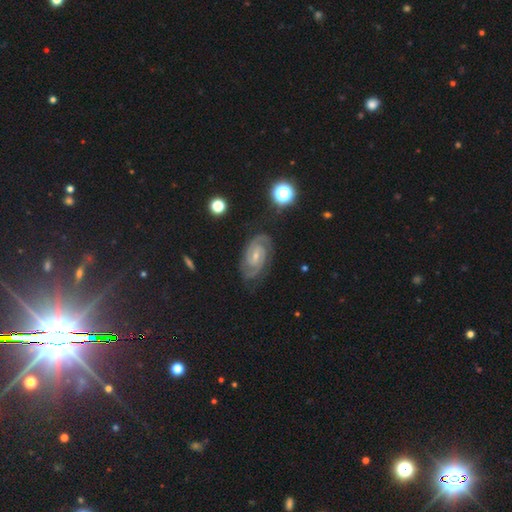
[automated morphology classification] smooth-or-featured: featured or disk: 88% | star or artifact: 7% | smooth: 5%
  disk-edge-on: no: 97% | yes: 3%
    bar: weak: 47% | no: 37% | strong: 16%
    has-spiral-arms: yes: 98% | no: 2%
      spiral-winding: tight: 64% | medium: 31% | loose: 4%
      spiral-arm-count: 2: 84% | 3: 6% | can't tell: 5% | 4: 2% | 1: 2% | more than 4: 2%
    bulge-size: small: 70% | moderate: 24% | none: 4% | large: 1% | dominant: 1%
  merging: none: 81% | minor disturbance: 14% | major disturbance: 4% | merger: 1%